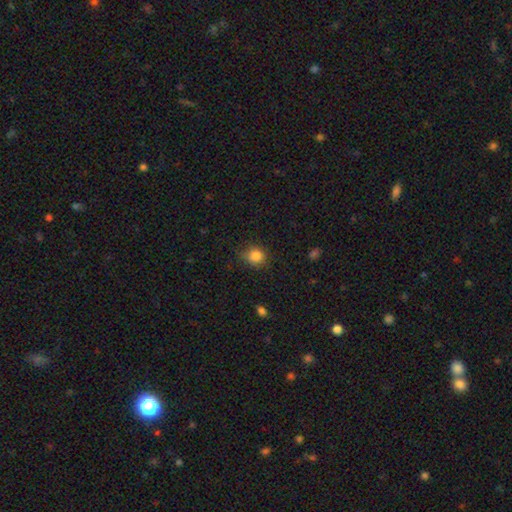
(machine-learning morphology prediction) Smooth or featured: smooth — 85% (star or artifact — 11%)
How rounded: round — 81% (in between — 18%)
Merging: none — 74% (minor disturbance — 20%)